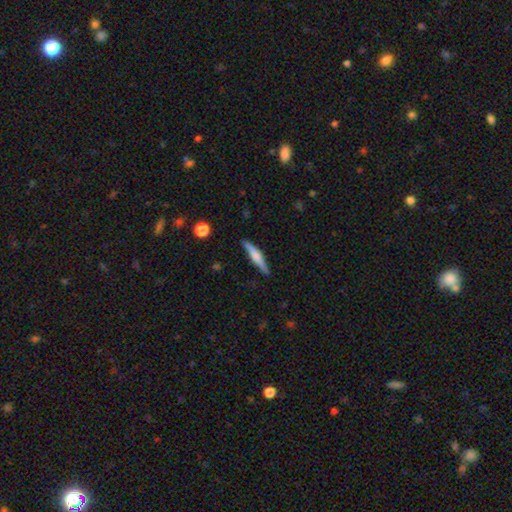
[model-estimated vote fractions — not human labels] Smooth or featured: featured or disk — 51% (smooth — 43%)
Edge-on disk: yes — 97% (no — 3%)
Merging: none — 88% (minor disturbance — 9%)